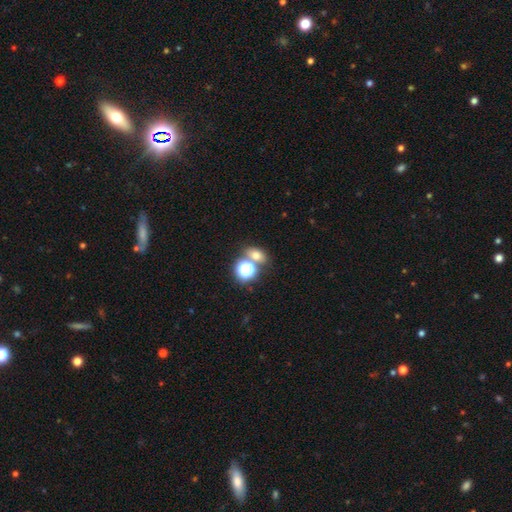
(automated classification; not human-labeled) Smooth or featured? Predicted: smooth (p=0.66). How rounded? Predicted: in between (p=0.57). Merging? Predicted: none (p=0.60).